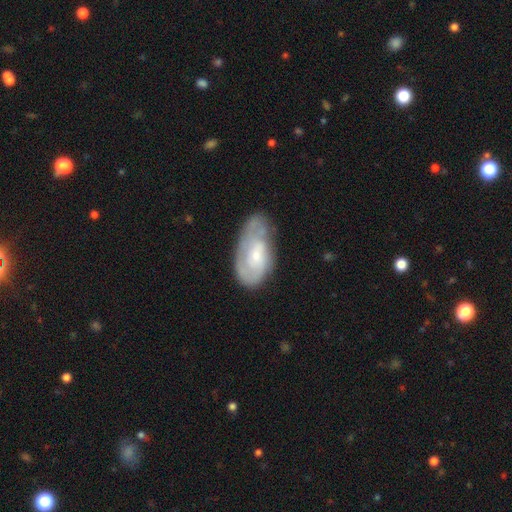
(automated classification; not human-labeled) Smooth or featured? featured or disk (59%)
Edge-on disk? no (94%)
Bar? no (68%)
Spiral arms? yes (70%)
Bulge size? small (65%)
Merging? none (53%)